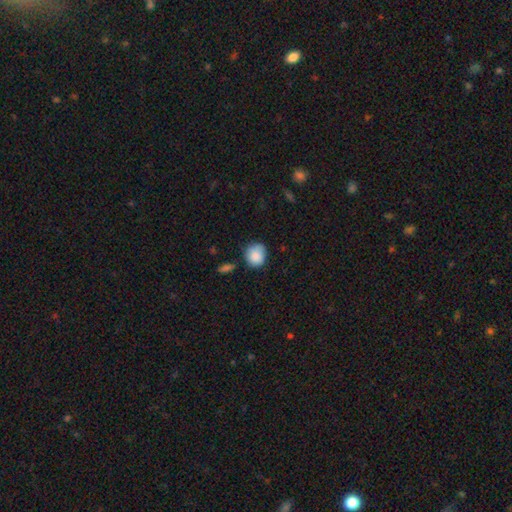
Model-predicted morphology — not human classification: The model was most divided on "merging": none: 66%, minor disturbance: 25%, major disturbance: 5%, merger: 4%. More confident: smooth or featured — smooth (86%); how rounded — round (83%).